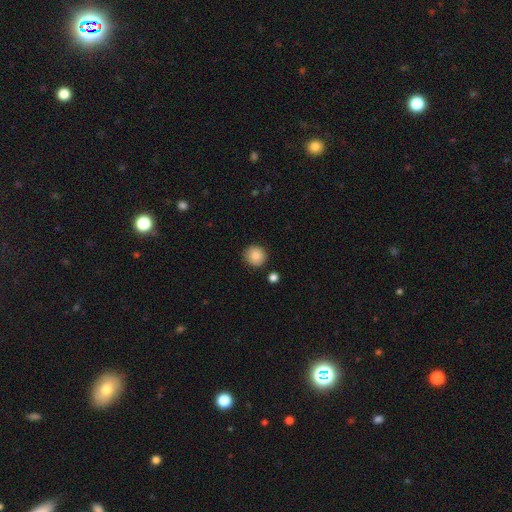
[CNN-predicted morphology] Overall: smooth (87%). How rounded: round (92%). Merging: none (88%).